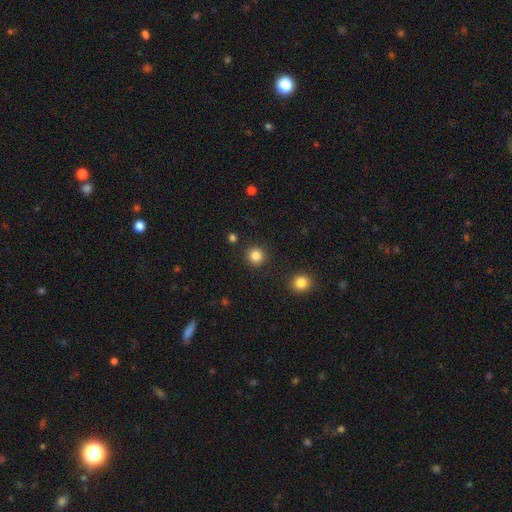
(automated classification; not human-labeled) Q: Smooth or featured?
A: smooth (85%); runner-up: star or artifact (11%)
Q: How rounded?
A: round (95%); runner-up: in between (4%)
Q: Merging?
A: none (91%); runner-up: minor disturbance (5%)